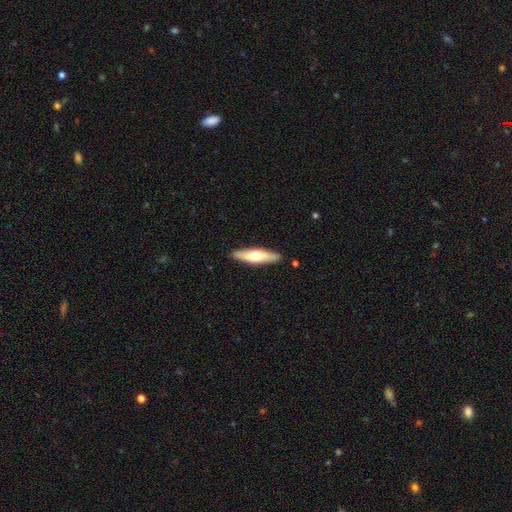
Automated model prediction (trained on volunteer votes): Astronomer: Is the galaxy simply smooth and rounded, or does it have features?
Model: smooth — 53% (runner-up: featured or disk, 42%).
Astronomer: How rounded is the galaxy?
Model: cigar-shaped — 72%.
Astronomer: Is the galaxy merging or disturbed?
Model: none — 89%.